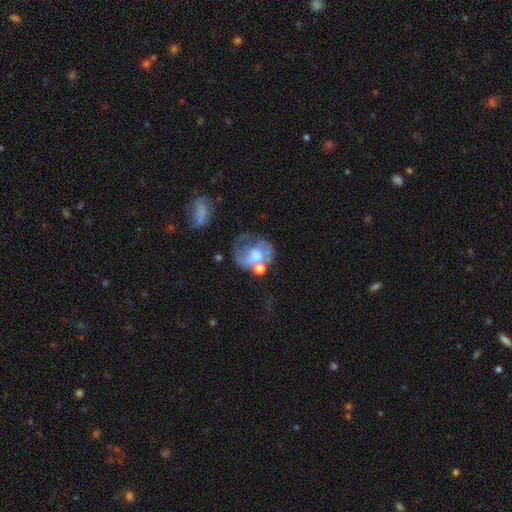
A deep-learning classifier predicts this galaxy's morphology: A featured or disk galaxy (56%) with no bar (75%), no spiral arms (54%) and a moderate central bulge (47%).

Vote fractions:
- Smooth or featured? featured or disk: 56% / smooth: 34% / star or artifact: 10%
- Edge-on disk? no: 97% / yes: 3%
- Bar? no: 75% / weak: 20% / strong: 5%
- Spiral arms? no: 54% / yes: 46%
- Bulge size? moderate: 47% / large: 24% / small: 14% / none: 11% / dominant: 4%
- Merging? major disturbance: 30% / none: 29% / merger: 21% / minor disturbance: 19%